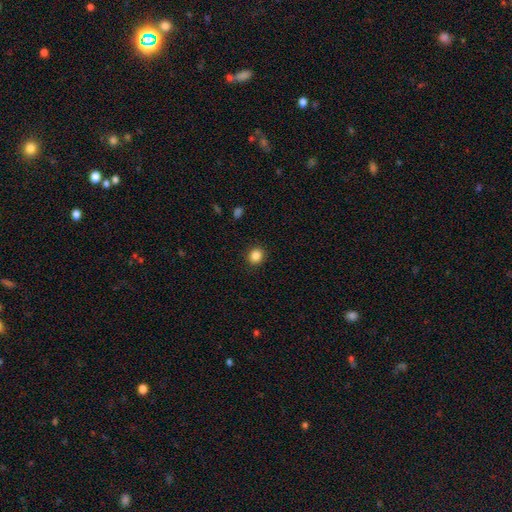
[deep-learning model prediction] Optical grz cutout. It shows a smooth galaxy with no disk features (86%) that is round (83%). Merging: none (91%).